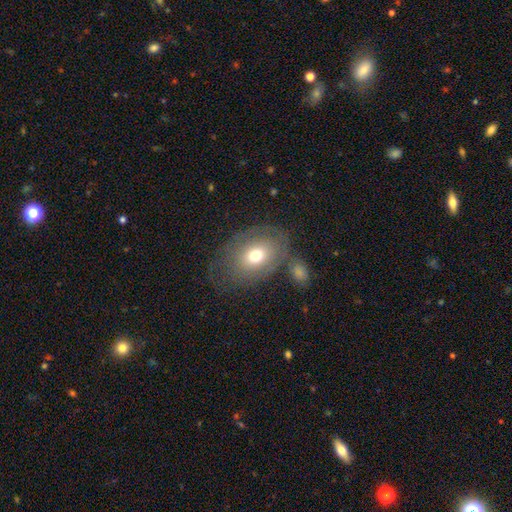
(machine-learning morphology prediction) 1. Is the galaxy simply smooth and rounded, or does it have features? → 57% smooth, 27% featured or disk, 15% star or artifact.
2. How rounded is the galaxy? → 73% in between, 26% round, 1% cigar-shaped.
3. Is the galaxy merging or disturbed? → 69% none, 15% minor disturbance, 11% merger, 5% major disturbance.